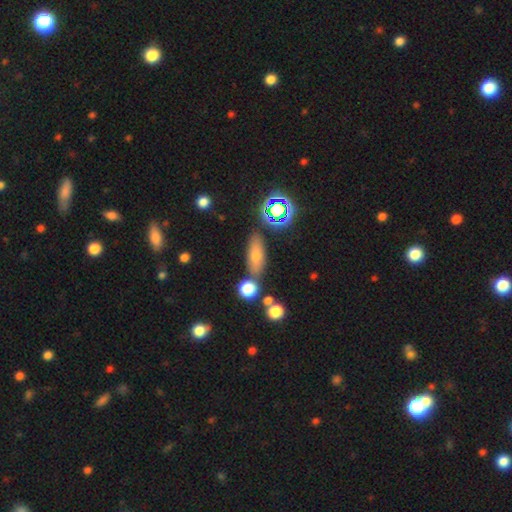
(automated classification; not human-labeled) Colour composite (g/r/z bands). It shows a smooth galaxy with no disk features (62%) that is in between round and cigar-shaped (59%). Merging: none (77%).